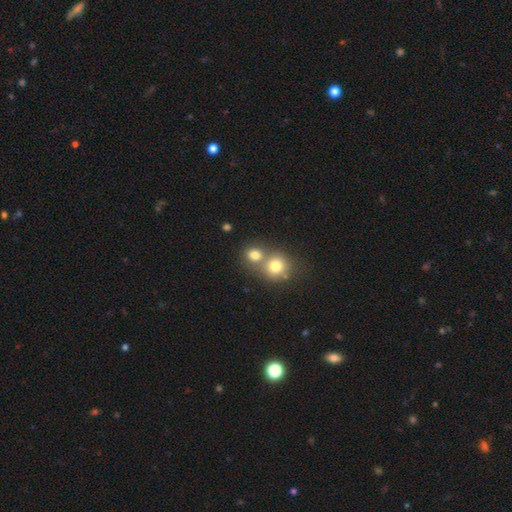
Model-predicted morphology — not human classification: smooth-or-featured: smooth: 73% | star or artifact: 15% | featured or disk: 12%
  how-rounded: round: 81% | in between: 18% | cigar-shaped: 1%
  merging: merger: 52% | none: 40% | minor disturbance: 6% | major disturbance: 2%